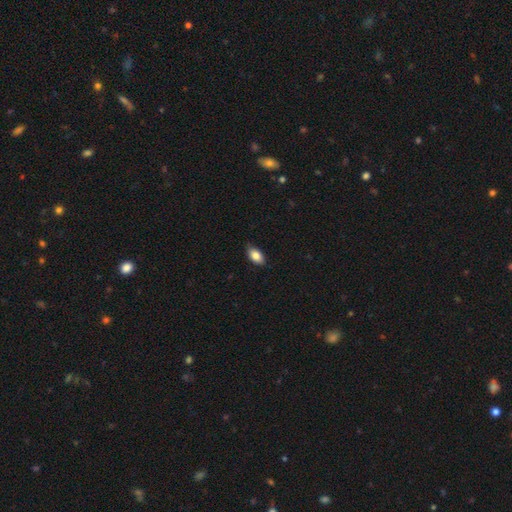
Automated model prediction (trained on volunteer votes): Morphology: type=smooth (84%); roundness=in between (91%); merging=none (81%).